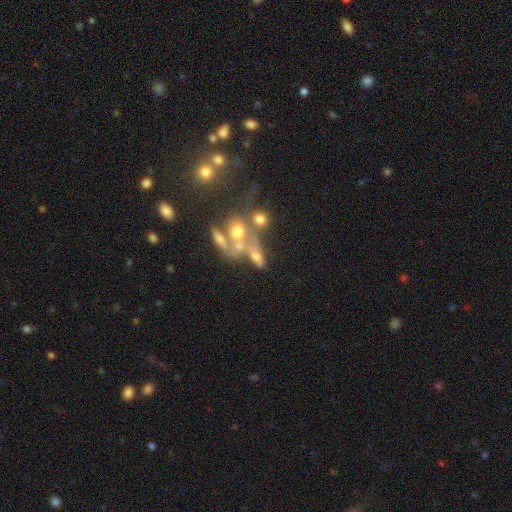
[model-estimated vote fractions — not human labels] Overall: smooth (51%; featured or disk 32%). How rounded: in between (61%; round 24%). Merging: merger (48%; none 27%).